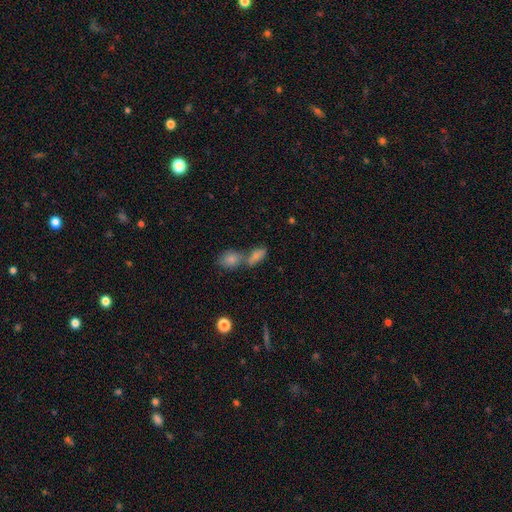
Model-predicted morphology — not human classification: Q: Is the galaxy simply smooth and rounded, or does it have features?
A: smooth — 64%.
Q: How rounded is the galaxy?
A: in between — 70%.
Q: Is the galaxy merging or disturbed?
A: merger — 57%.